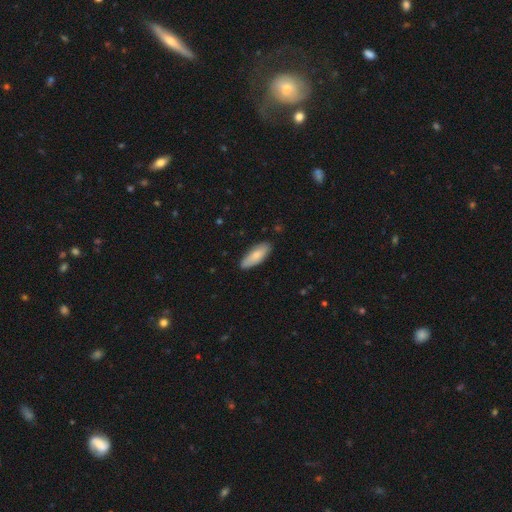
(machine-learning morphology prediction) Q: Smooth or featured?
A: smooth (81%); runner-up: featured or disk (14%)
Q: How rounded?
A: in between (71%); runner-up: cigar-shaped (27%)
Q: Merging?
A: none (84%); runner-up: minor disturbance (13%)